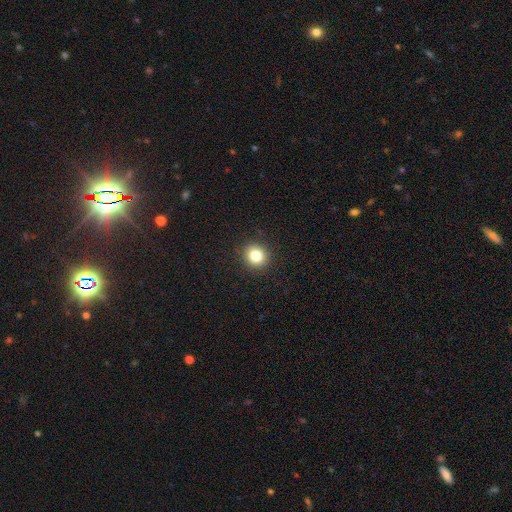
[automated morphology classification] Smooth or featured? Predicted: smooth (p=0.83). How rounded? Predicted: round (p=0.87). Merging? Predicted: none (p=0.92).